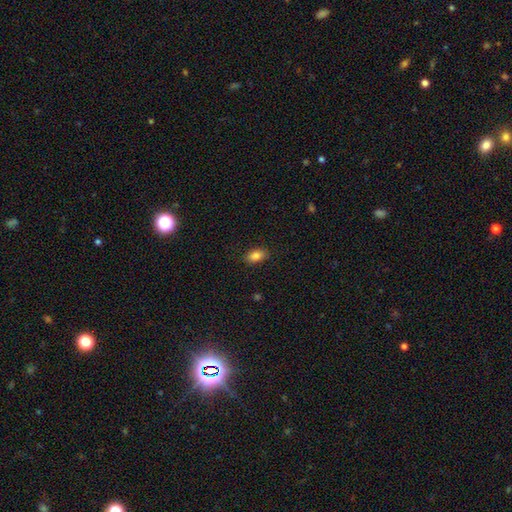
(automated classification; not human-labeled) A smooth galaxy with no disk features (85%) that is in between round and cigar-shaped (90%). Merging: none (88%).